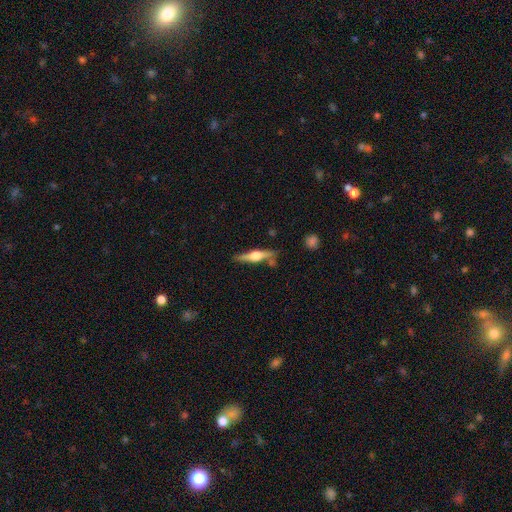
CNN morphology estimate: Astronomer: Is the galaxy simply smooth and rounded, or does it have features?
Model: featured or disk — 68%.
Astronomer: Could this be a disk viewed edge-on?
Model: yes — 97%.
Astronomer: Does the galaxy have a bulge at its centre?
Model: rounded — 92%.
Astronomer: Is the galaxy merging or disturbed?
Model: none — 79%.